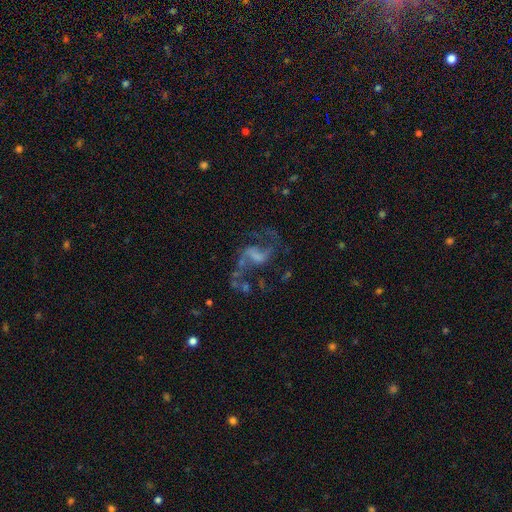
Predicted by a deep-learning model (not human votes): A featured or disk galaxy (78%) with a weak bar (45%), 2 (86%) loose (68%) spiral arms (87%) and no central bulge (44%). Merging: none (52%).